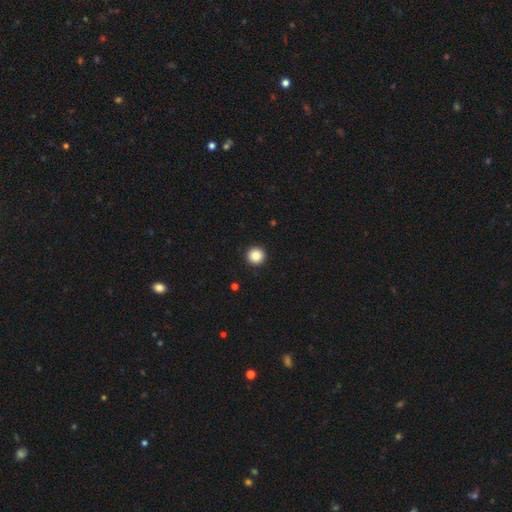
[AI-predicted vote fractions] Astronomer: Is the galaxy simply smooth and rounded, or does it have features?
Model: smooth — 86%.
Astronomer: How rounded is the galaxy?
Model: round — 96%.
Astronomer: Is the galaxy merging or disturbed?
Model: none — 94%.